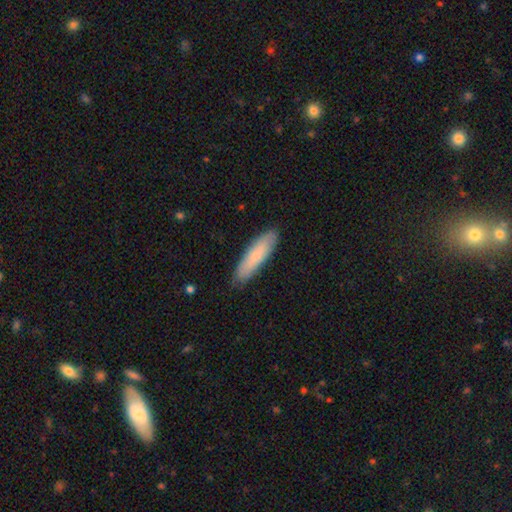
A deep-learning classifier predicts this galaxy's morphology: Smooth or featured: smooth — 77% (featured or disk — 17%)
How rounded: cigar-shaped — 68% (in between — 30%)
Merging: none — 86% (minor disturbance — 11%)